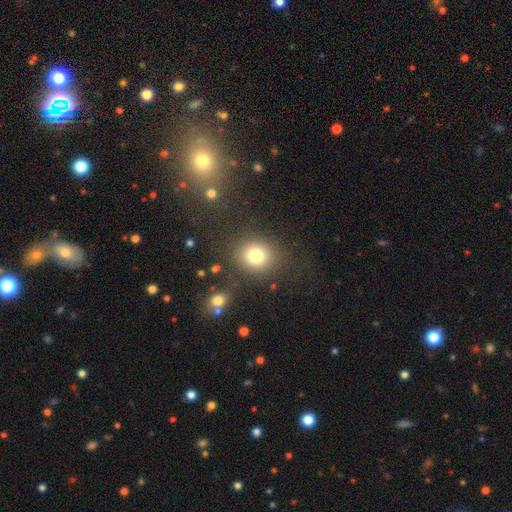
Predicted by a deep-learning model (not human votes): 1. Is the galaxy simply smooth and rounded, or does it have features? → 79% smooth, 12% star or artifact, 9% featured or disk.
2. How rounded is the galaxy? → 77% round, 22% in between, 1% cigar-shaped.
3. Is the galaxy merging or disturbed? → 82% none, 10% minor disturbance, 5% major disturbance, 3% merger.